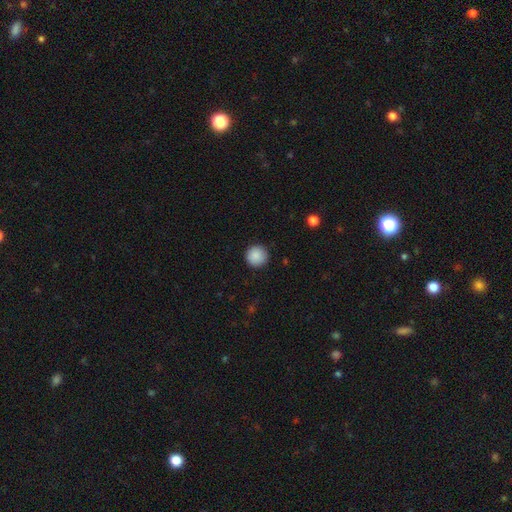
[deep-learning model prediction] The model was most divided on "smooth or featured": smooth: 89%, star or artifact: 8%, featured or disk: 3%. More confident: how rounded — round (96%); merging — none (91%).